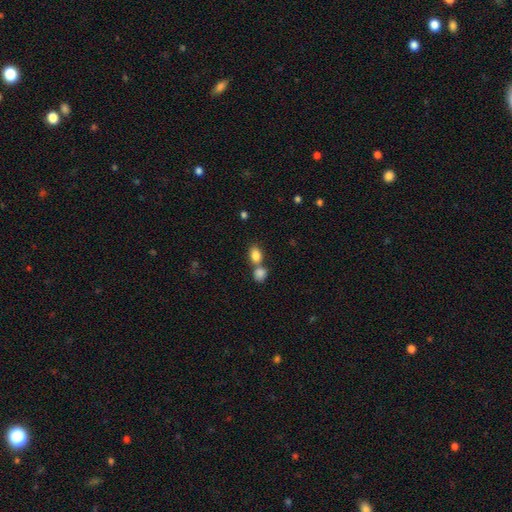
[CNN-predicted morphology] smooth 84%, star or artifact 9%, featured or disk 7%. Down the decision tree: how rounded — in between (71%); merging — none (44%).